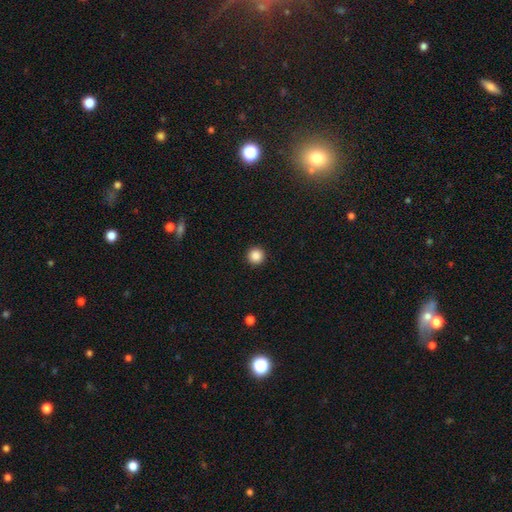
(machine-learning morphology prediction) The model was most divided on "smooth or featured": smooth: 87%, star or artifact: 10%, featured or disk: 3%. More confident: how rounded — round (96%); merging — none (93%).